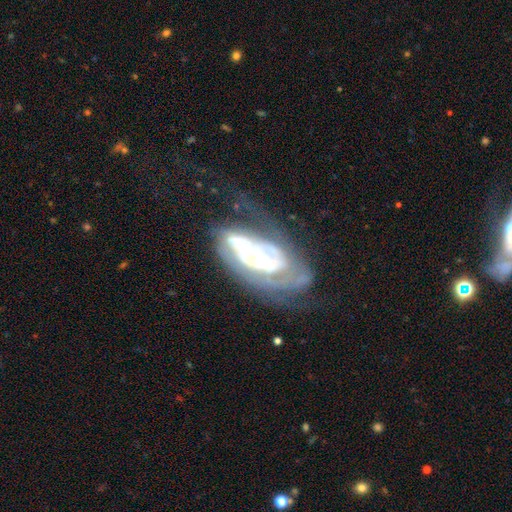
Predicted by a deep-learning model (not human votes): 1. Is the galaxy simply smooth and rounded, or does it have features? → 80% featured or disk, 12% smooth, 8% star or artifact.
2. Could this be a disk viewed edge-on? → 93% no, 7% yes.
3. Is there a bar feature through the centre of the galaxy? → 52% no, 26% weak, 21% strong.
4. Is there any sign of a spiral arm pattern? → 80% yes, 20% no.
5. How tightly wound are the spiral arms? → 55% tight, 32% medium, 12% loose.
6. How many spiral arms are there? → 38% can't tell, 34% 2, 11% 3, 10% 1, 4% 4, 3% more than 4.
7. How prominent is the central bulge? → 32% small, 30% moderate, 19% large, 14% none, 5% dominant.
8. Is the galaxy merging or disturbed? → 38% none, 32% major disturbance, 22% minor disturbance, 8% merger.